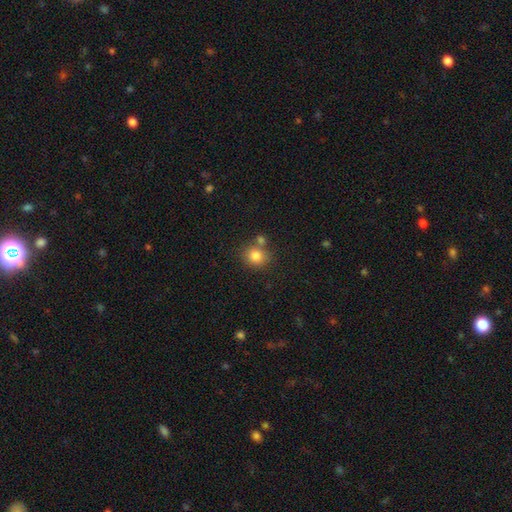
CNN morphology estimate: This appears to be a smooth galaxy with no disk features (82%) that is round (80%). Merging: none (66%).